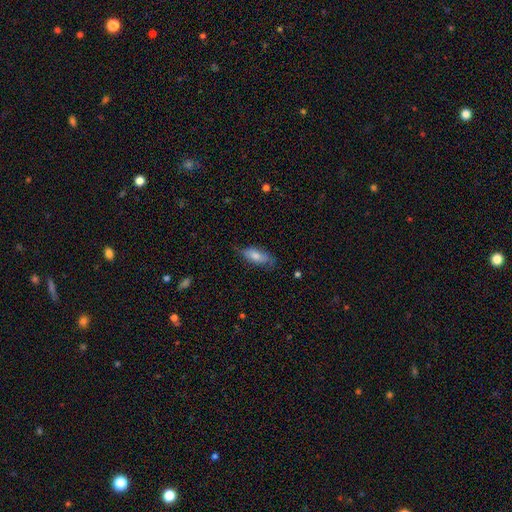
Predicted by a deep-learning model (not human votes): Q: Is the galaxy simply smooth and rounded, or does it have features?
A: smooth — 71%.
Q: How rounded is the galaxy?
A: in between — 76%.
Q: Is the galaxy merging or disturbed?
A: none — 67%.